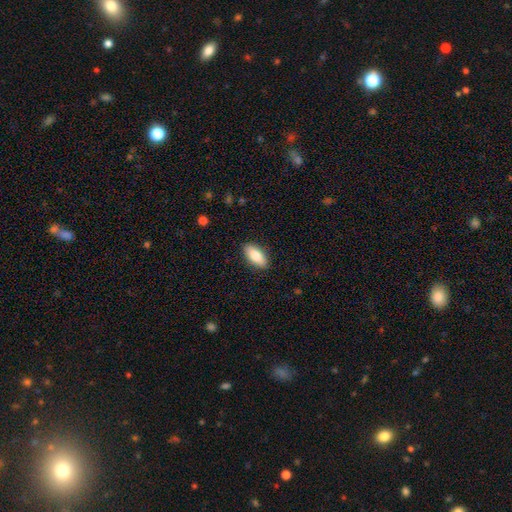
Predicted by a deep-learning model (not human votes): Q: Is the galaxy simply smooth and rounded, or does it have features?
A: smooth — 81%.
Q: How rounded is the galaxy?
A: in between — 88%.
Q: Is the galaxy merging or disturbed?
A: none — 88%.